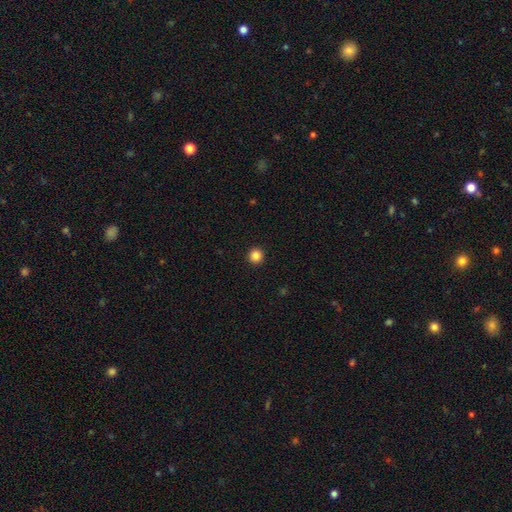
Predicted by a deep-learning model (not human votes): smooth_or_featured: smooth (p=0.85) [alt: star or artifact p=0.11]
how_rounded: round (p=0.96) [alt: in between p=0.03]
merging: none (p=0.94) [alt: minor disturbance p=0.04]